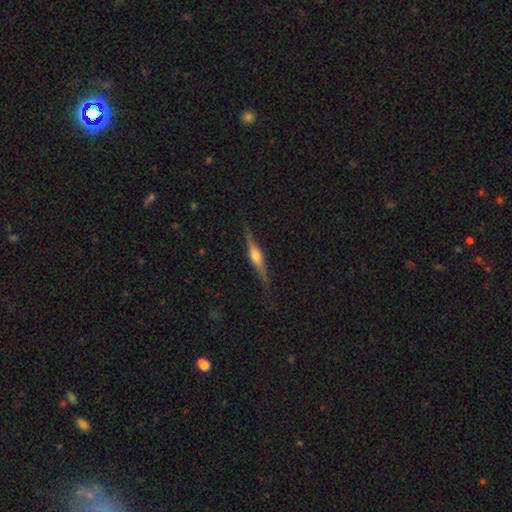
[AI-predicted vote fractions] Smooth or featured?
  - featured or disk: 71% *
  - smooth: 22%
  - star or artifact: 6%
Edge-on disk?
  - yes: 97% *
  - no: 3%
Edge-on bulge?
  - rounded: 87% *
  - boxy: 8%
  - none: 5%
Merging?
  - none: 85% *
  - minor disturbance: 11%
  - major disturbance: 3%
  - merger: 1%